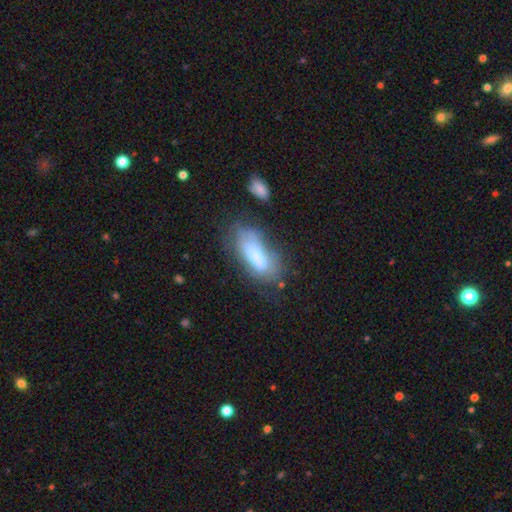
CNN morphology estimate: Smooth or featured? smooth (62%)
How rounded? in between (70%)
Merging? none (48%)